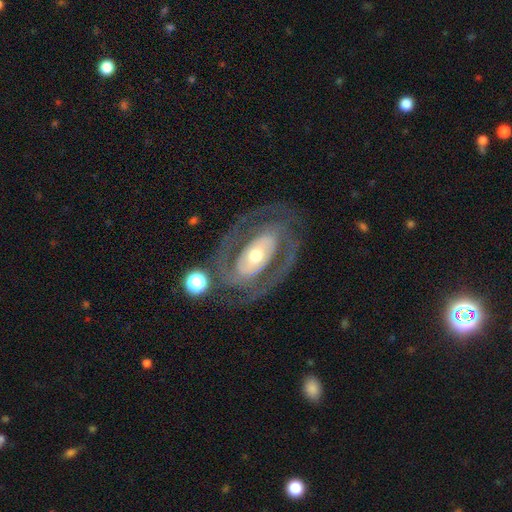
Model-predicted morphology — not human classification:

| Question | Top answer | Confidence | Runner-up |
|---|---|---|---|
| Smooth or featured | featured or disk | 84% | smooth (12%) |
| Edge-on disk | no | 96% | yes (4%) |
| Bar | no | 49% | weak (27%) |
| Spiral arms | yes | 78% | no (22%) |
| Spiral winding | tight | 49% | medium (38%) |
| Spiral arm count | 2 | 75% | can't tell (13%) |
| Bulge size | moderate | 64% | small (24%) |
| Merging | none | 73% | minor disturbance (13%) |